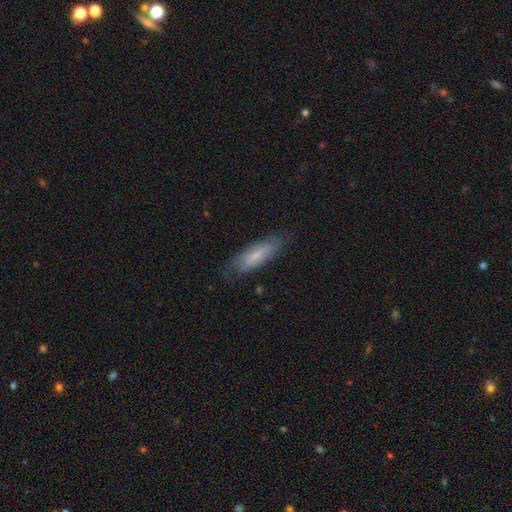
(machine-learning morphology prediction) Smooth or featured? smooth (54%)
How rounded? cigar-shaped (50%)
Merging? none (69%)